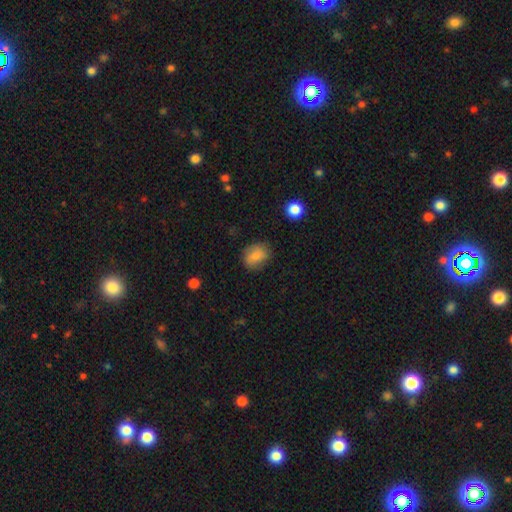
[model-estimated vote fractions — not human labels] smooth-or-featured: smooth: 80% | featured or disk: 12% | star or artifact: 8%
  how-rounded: round: 52% | in between: 47% | cigar-shaped: 1%
  merging: none: 79% | minor disturbance: 16% | major disturbance: 4% | merger: 1%